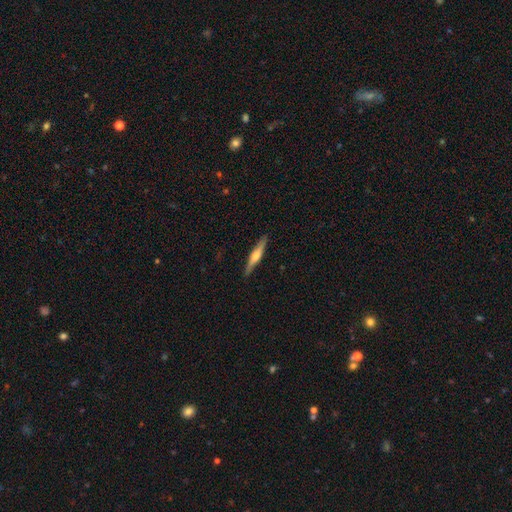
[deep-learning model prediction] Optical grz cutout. It shows a featured or disk galaxy (56%) viewed edge-on (96%) with a rounded central bulge (85%). Merging: none (88%).